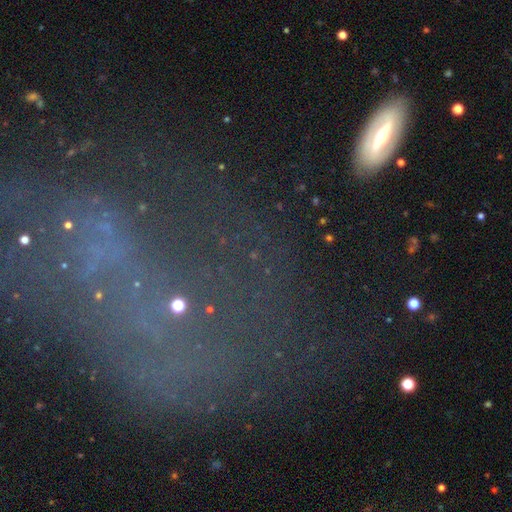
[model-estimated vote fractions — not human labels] Overall: star or artifact (40%; featured or disk 32%).